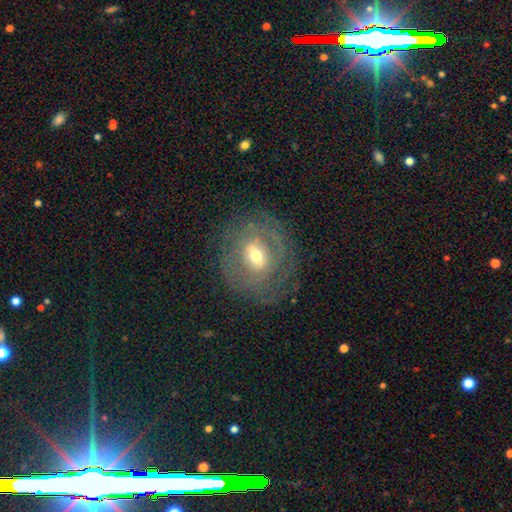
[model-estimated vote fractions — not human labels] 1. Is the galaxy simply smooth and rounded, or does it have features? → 68% featured or disk, 24% smooth, 8% star or artifact.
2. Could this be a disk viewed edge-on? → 93% no, 7% yes.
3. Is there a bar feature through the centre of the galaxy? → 45% weak, 31% strong, 24% no.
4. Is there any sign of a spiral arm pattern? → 51% yes, 49% no.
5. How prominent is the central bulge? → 66% moderate, 25% small, 7% large, 1% dominant, 1% none.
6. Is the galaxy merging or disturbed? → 74% none, 15% minor disturbance, 9% major disturbance, 1% merger.